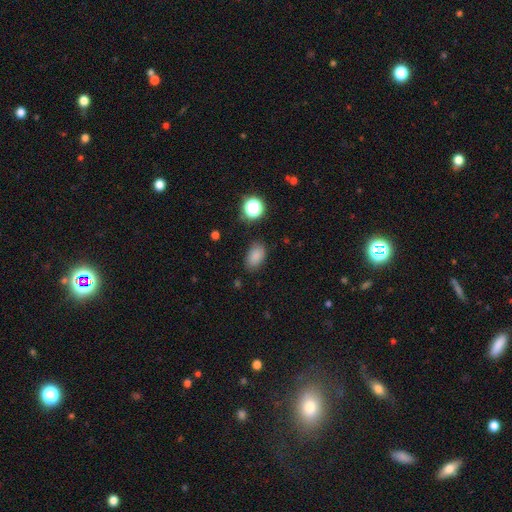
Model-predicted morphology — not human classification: This appears to be a smooth galaxy with no disk features (83%) that is in between round and cigar-shaped (87%). Merging: none (81%).